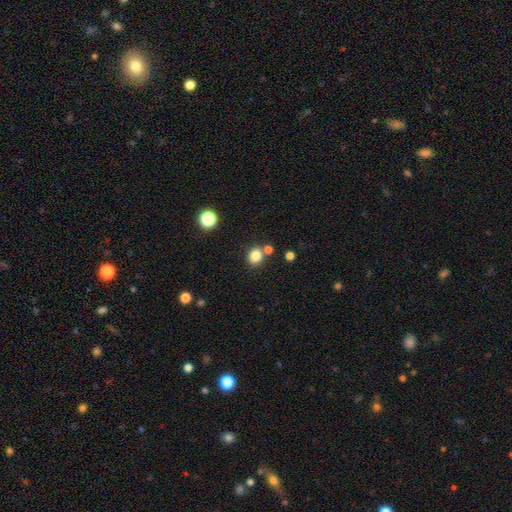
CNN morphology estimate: This appears to be a smooth galaxy with no disk features (83%) that is round (72%). Merging: none (74%).